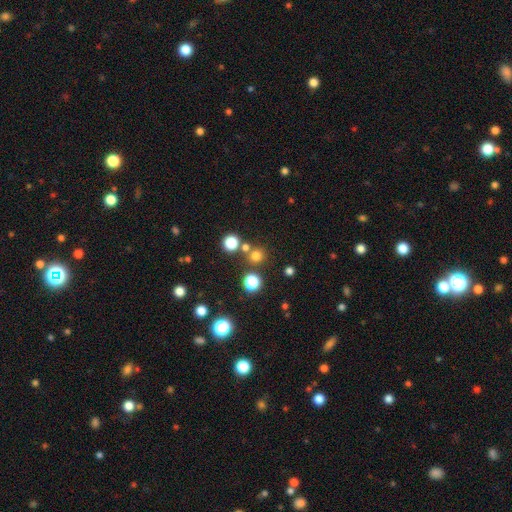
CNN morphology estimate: A smooth galaxy with no disk features (71%) that is round (92%).

Vote fractions:
- Smooth or featured? smooth: 71% / star or artifact: 22% / featured or disk: 6%
- How rounded? round: 92% / in between: 7% / cigar-shaped: 1%
- Merging? none: 75% / merger: 14% / minor disturbance: 7% / major disturbance: 3%